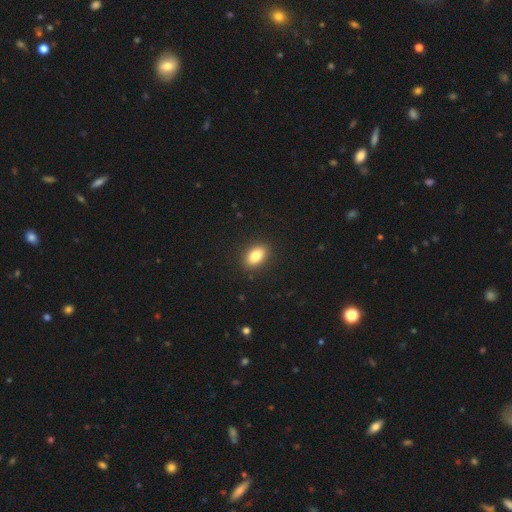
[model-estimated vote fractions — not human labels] Q: Smooth or featured?
A: smooth (85%); runner-up: star or artifact (8%)
Q: How rounded?
A: in between (88%); runner-up: round (10%)
Q: Merging?
A: none (89%); runner-up: minor disturbance (8%)